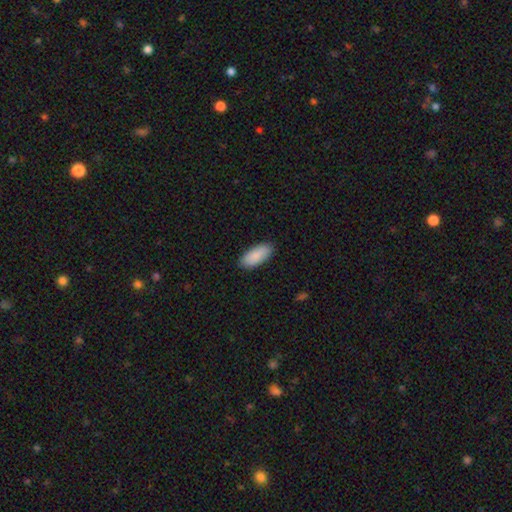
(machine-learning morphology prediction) smooth-or-featured: smooth: 90% | star or artifact: 5% | featured or disk: 5%
  how-rounded: in between: 89% | cigar-shaped: 10% | round: 2%
  merging: none: 89% | minor disturbance: 9% | major disturbance: 2% | merger: 1%